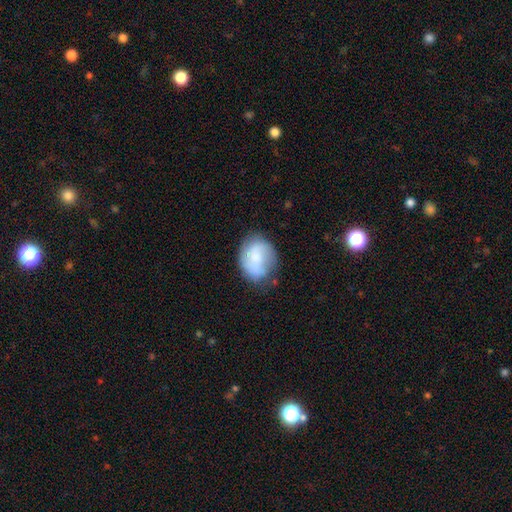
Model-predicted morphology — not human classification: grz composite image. It shows a smooth galaxy with no disk features (59%) that is in between round and cigar-shaped (51%). Merging: none (55%).